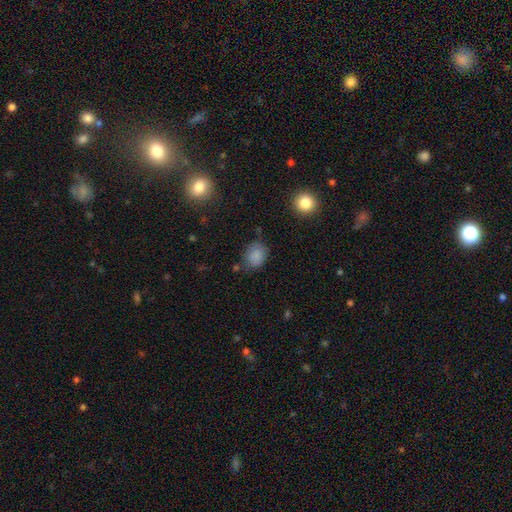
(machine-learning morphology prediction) Smooth or featured: smooth — 83% (star or artifact — 10%)
How rounded: in between — 52% (round — 47%)
Merging: none — 68% (minor disturbance — 23%)